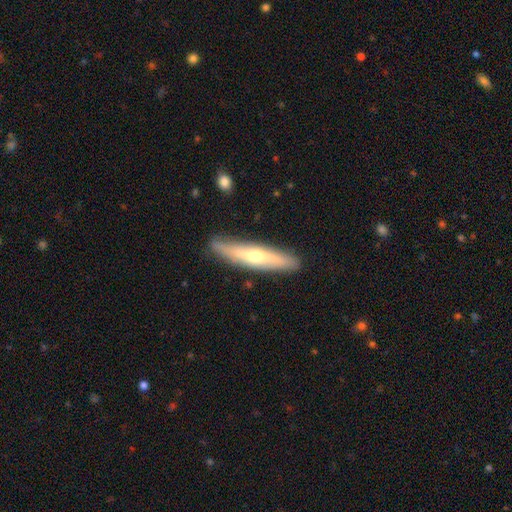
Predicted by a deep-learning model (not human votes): Overall: featured or disk (56%; smooth 39%). Edge-on disk: yes (80%). Merging: none (85%).